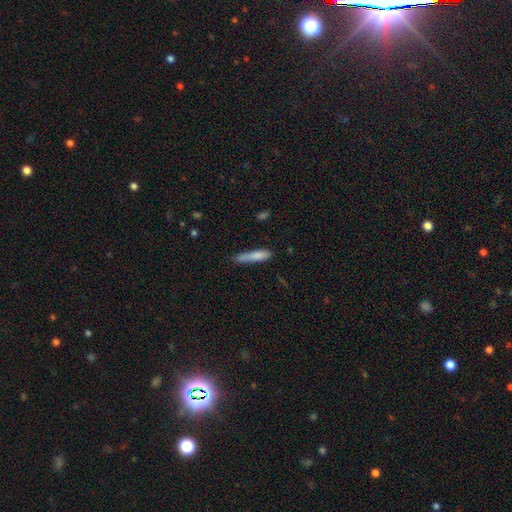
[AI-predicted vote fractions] Smooth or featured?
  - smooth: 78% *
  - featured or disk: 15%
  - star or artifact: 7%
How rounded?
  - cigar-shaped: 86% *
  - in between: 12%
  - round: 2%
Merging?
  - none: 58% *
  - minor disturbance: 29%
  - major disturbance: 8%
  - merger: 5%